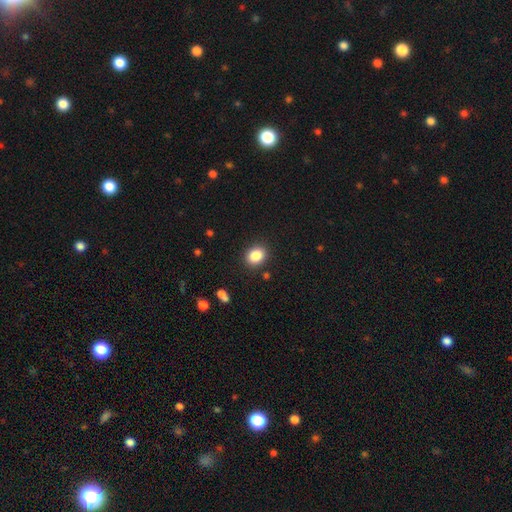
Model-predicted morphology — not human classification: Q: Smooth or featured?
A: smooth (86%); runner-up: star or artifact (9%)
Q: How rounded?
A: in between (51%); runner-up: round (48%)
Q: Merging?
A: none (88%); runner-up: minor disturbance (8%)